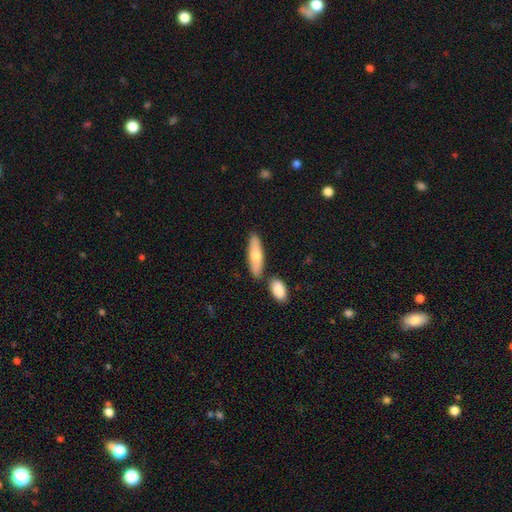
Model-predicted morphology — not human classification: smooth-or-featured: smooth: 63% | featured or disk: 31% | star or artifact: 6%
  how-rounded: cigar-shaped: 55% | in between: 42% | round: 2%
  merging: none: 78% | minor disturbance: 10% | merger: 9% | major disturbance: 2%